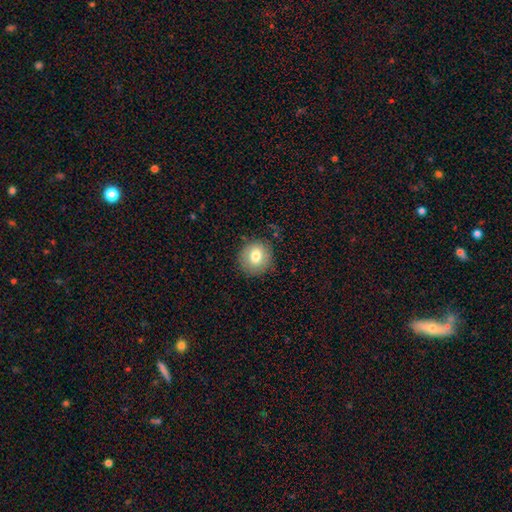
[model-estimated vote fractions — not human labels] This is likely a smooth galaxy (78%). How rounded: clearly round (85%). Merging: clearly none (85%).